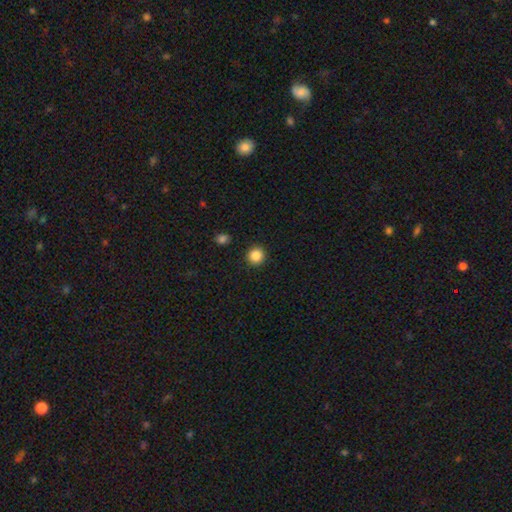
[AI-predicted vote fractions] A smooth galaxy with no disk features (86%) that is round (93%). Merging: none (92%).